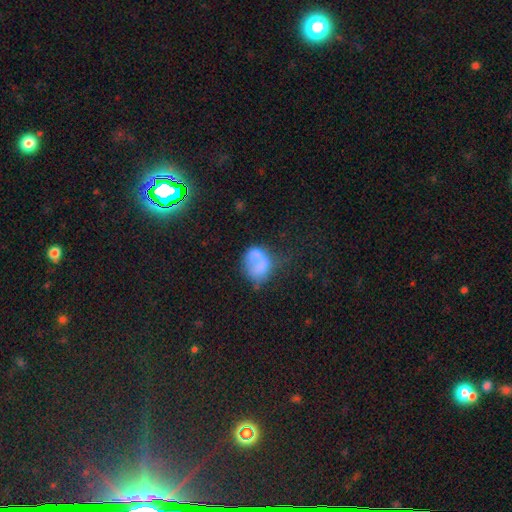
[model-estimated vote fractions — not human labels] smooth-or-featured: smooth: 62% | featured or disk: 27% | star or artifact: 11%
  how-rounded: in between: 53% | round: 45% | cigar-shaped: 1%
  merging: none: 27% | merger: 26% | major disturbance: 25% | minor disturbance: 22%